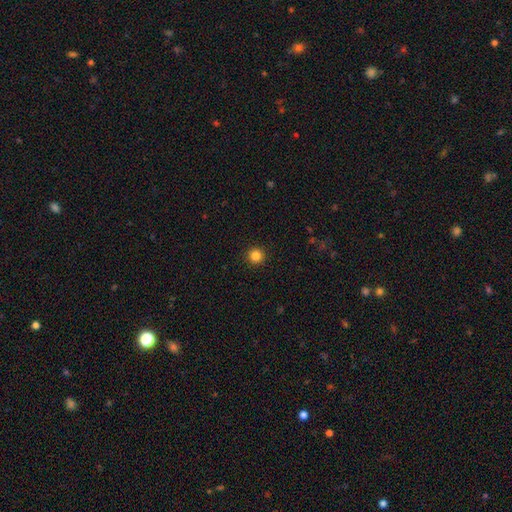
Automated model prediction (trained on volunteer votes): This is clearly a smooth galaxy (84%). How rounded: clearly round (96%). Merging: clearly none (93%).